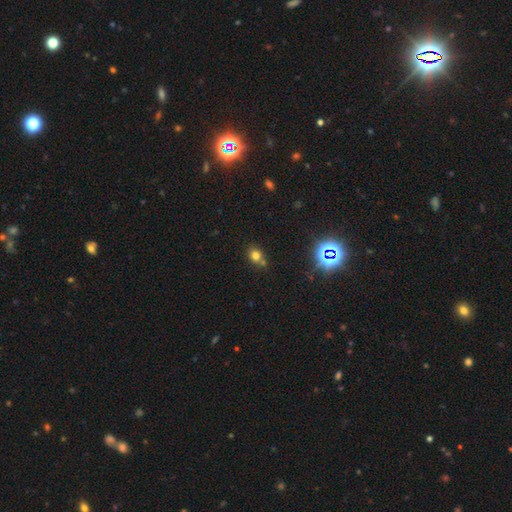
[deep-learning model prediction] Smooth or featured: smooth — 71% (star or artifact — 21%)
How rounded: round — 68% (in between — 31%)
Merging: none — 63% (merger — 21%)